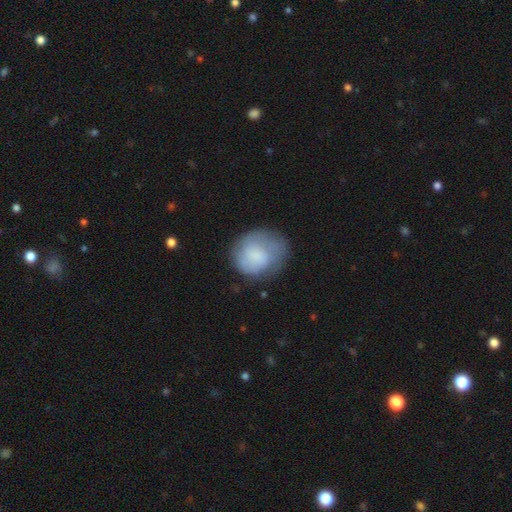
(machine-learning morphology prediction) The model was most divided on "merging": none: 51%, minor disturbance: 29%, major disturbance: 17%, merger: 2%. More confident: smooth or featured — smooth (67%); how rounded — round (66%).